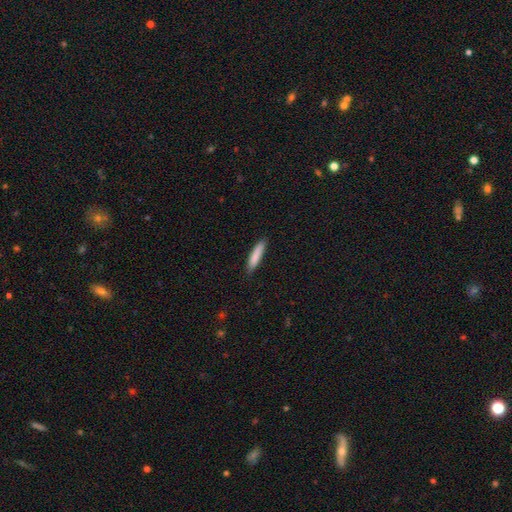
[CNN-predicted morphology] Smooth or featured? Predicted: smooth (p=0.84). How rounded? Predicted: cigar-shaped (p=0.86). Merging? Predicted: none (p=0.85).